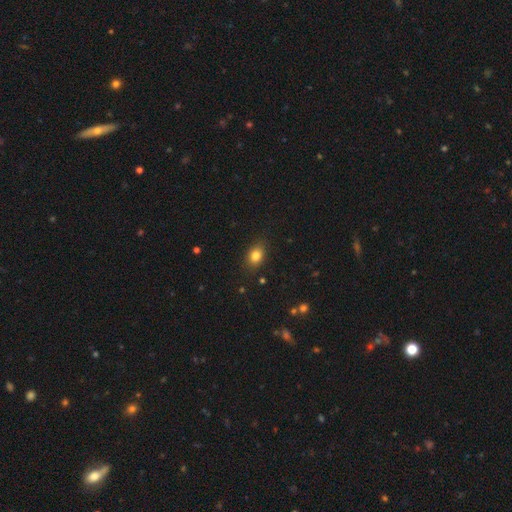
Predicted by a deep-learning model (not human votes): Morphology: type=smooth (82%); roundness=in between (67%); merging=none (85%).